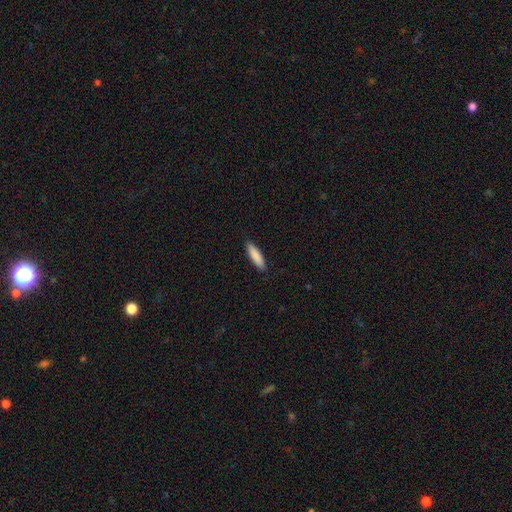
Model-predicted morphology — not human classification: Smooth or featured: smooth — 87% (featured or disk — 8%)
How rounded: cigar-shaped — 73% (in between — 25%)
Merging: none — 90% (minor disturbance — 7%)